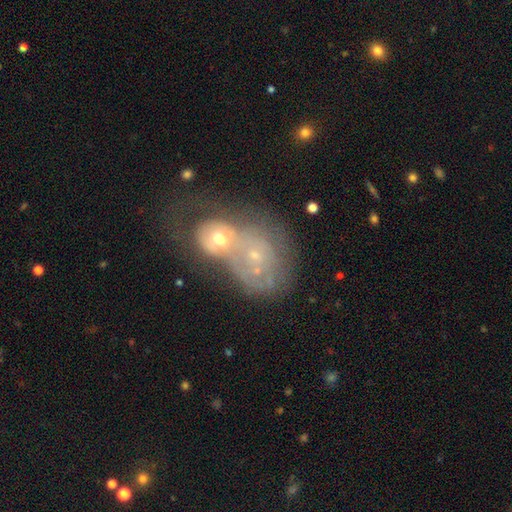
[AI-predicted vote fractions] This is possibly a featured or disk galaxy (57%). It is clearly not viewed edge-on (96%). Bar: clearly no (87%). Spiral arm pattern: possibly no (59%). Central bulge: possibly small (58%). Merging: likely merger (73%).